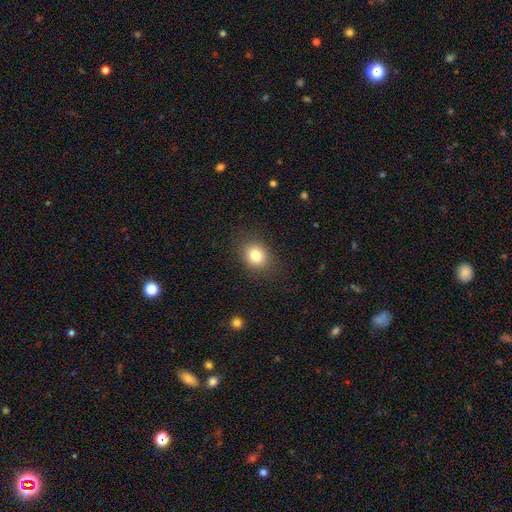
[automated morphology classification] Overall: smooth (82%). How rounded: round (61%; in between 39%). Merging: none (87%).